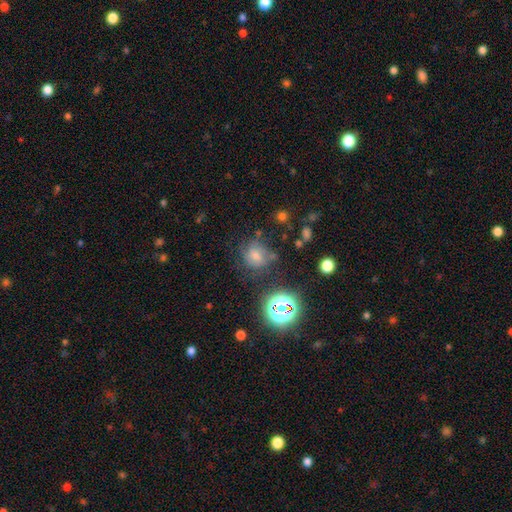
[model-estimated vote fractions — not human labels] Q: Smooth or featured?
A: smooth (42%); runner-up: star or artifact (37%)
Q: Merging?
A: none (68%); runner-up: minor disturbance (18%)